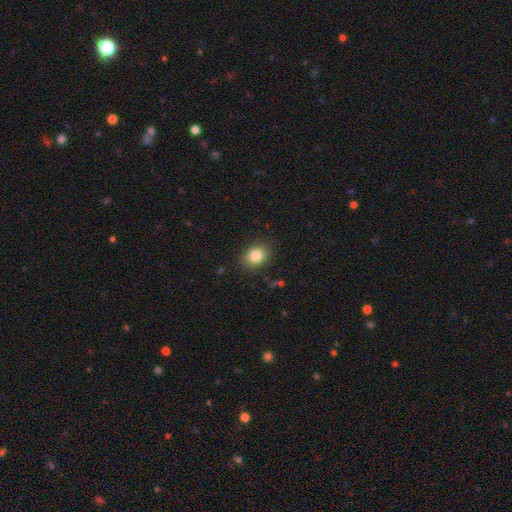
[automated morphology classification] smooth_or_featured: smooth (p=0.83) [alt: star or artifact p=0.10]
how_rounded: in between (p=0.56) [alt: round p=0.43]
merging: none (p=0.86) [alt: minor disturbance p=0.10]